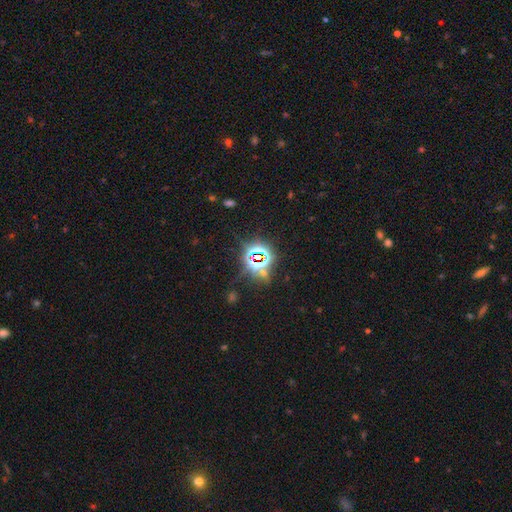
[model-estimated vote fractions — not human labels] Overall: star or artifact (79%).